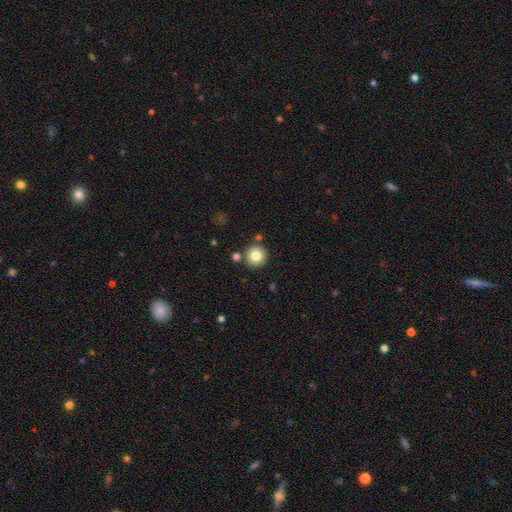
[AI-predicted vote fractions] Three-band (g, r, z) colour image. It shows a smooth galaxy with no disk features (82%) that is round (95%). Merging: none (84%).